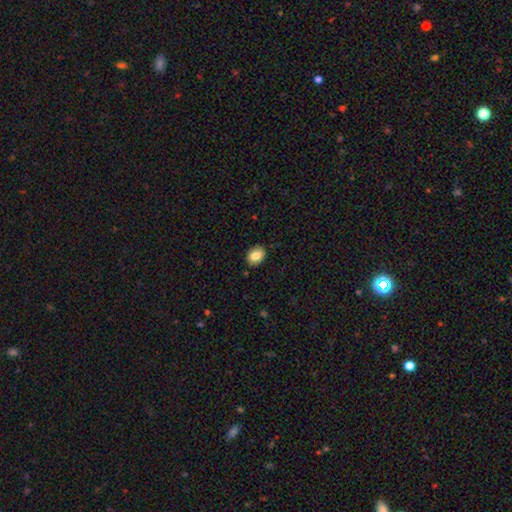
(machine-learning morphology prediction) type=smooth (84%); roundness=in between (73%); merging=none (88%).